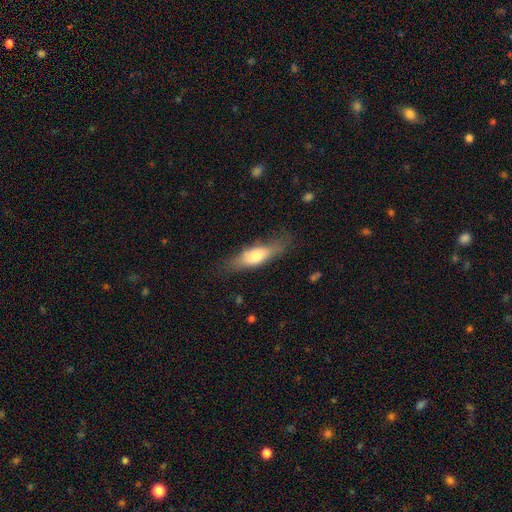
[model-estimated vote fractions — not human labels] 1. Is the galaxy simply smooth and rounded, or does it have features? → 64% smooth, 30% featured or disk, 6% star or artifact.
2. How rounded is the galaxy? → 52% in between, 45% cigar-shaped, 3% round.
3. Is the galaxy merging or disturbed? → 69% none, 21% minor disturbance, 8% major disturbance, 2% merger.